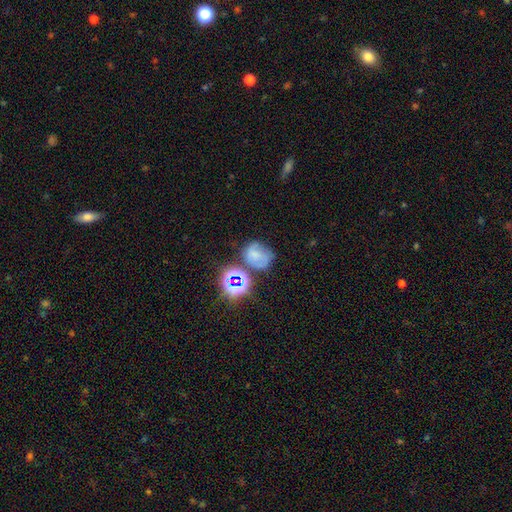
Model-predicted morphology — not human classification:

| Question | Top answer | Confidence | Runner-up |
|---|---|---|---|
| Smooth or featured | smooth | 51% | star or artifact (25%) |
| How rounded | round | 61% | in between (38%) |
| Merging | none | 47% | minor disturbance (25%) |